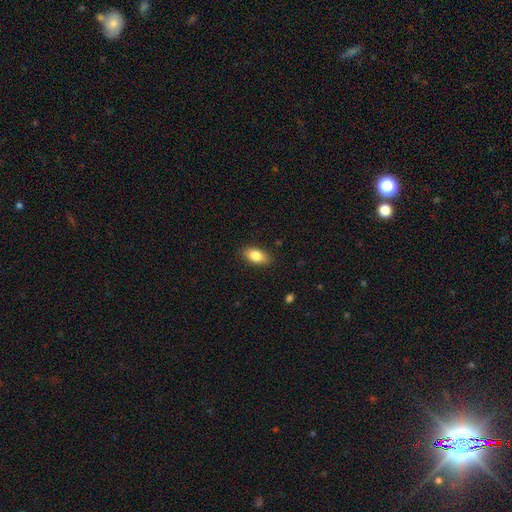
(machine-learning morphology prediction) Q: Smooth or featured?
A: smooth (84%); runner-up: featured or disk (9%)
Q: How rounded?
A: in between (91%); runner-up: cigar-shaped (5%)
Q: Merging?
A: none (87%); runner-up: minor disturbance (9%)